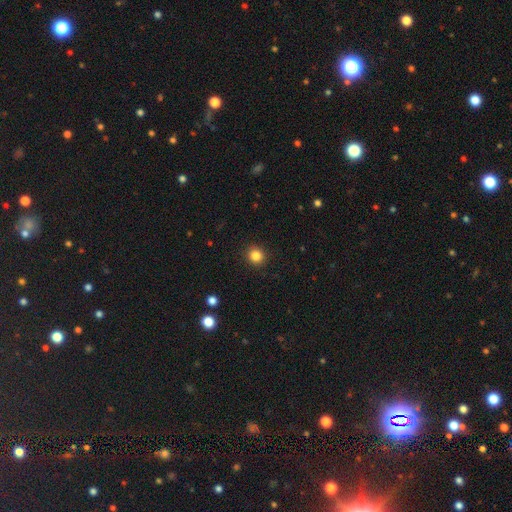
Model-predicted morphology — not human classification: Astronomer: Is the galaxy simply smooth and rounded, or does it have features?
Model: smooth — 84%.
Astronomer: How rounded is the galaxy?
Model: round — 91%.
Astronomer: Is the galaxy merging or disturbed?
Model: none — 92%.